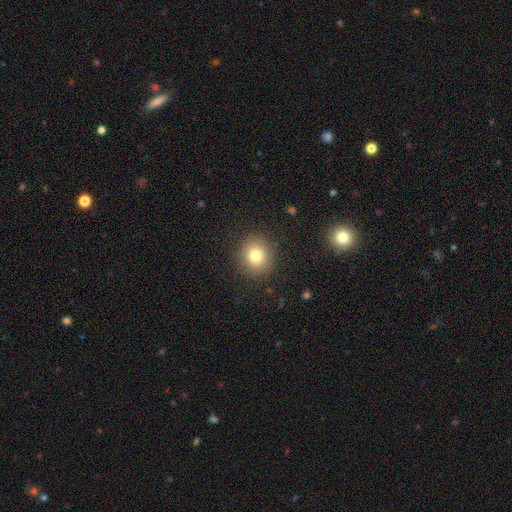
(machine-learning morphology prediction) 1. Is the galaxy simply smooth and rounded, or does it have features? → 79% smooth, 12% star or artifact, 9% featured or disk.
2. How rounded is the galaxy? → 84% round, 15% in between, 1% cigar-shaped.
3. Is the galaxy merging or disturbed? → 89% none, 7% minor disturbance, 3% major disturbance, 1% merger.